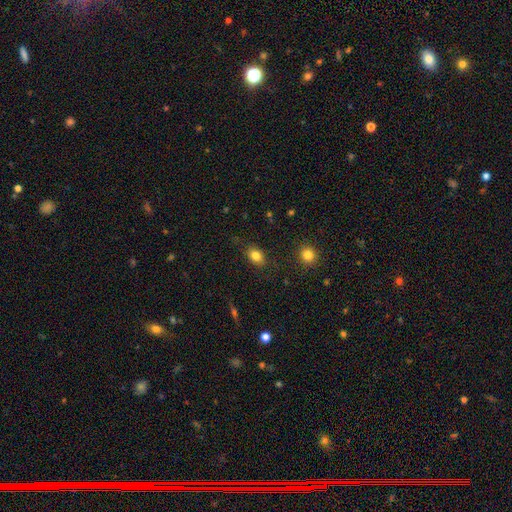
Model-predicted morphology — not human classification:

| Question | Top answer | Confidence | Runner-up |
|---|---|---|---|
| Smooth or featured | smooth | 83% | star or artifact (10%) |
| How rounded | in between | 73% | round (26%) |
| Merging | none | 82% | minor disturbance (13%) |